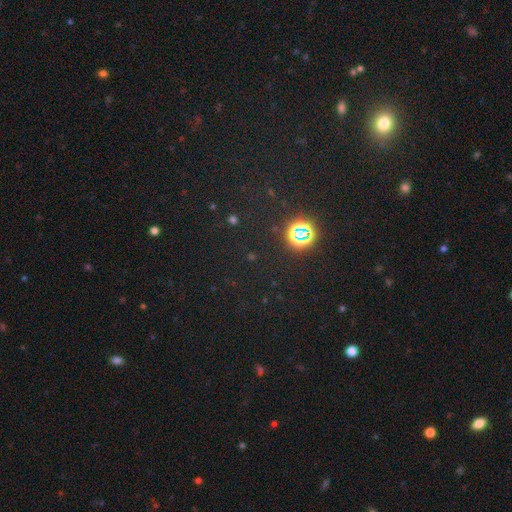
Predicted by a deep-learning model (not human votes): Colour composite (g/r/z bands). It shows a star or artifact, not a galaxy (61%).